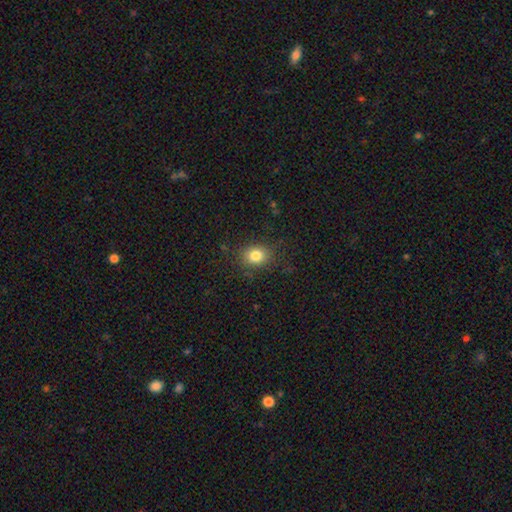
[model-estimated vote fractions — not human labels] Morphology: type=smooth (82%); roundness=round (52%); merging=none (82%).